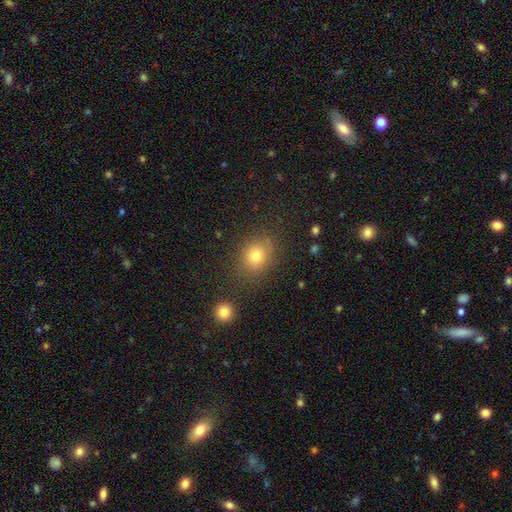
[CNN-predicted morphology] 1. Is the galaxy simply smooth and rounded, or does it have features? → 76% smooth, 15% star or artifact, 9% featured or disk.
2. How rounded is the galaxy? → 67% round, 31% in between, 1% cigar-shaped.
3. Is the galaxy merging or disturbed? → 78% none, 13% minor disturbance, 5% major disturbance, 4% merger.